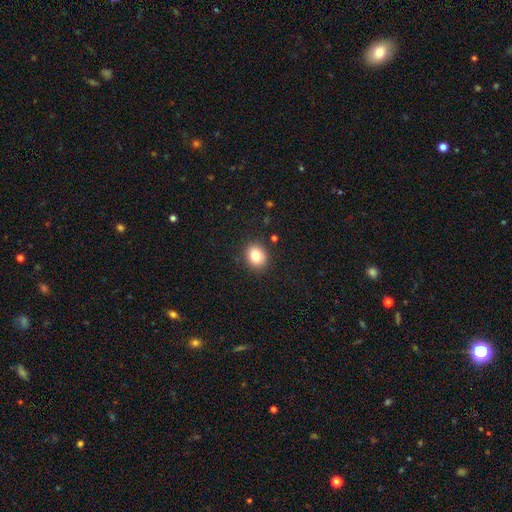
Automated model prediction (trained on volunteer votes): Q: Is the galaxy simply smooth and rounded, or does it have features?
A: smooth — 81%.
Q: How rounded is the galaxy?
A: round — 64%.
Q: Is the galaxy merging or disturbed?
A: none — 89%.